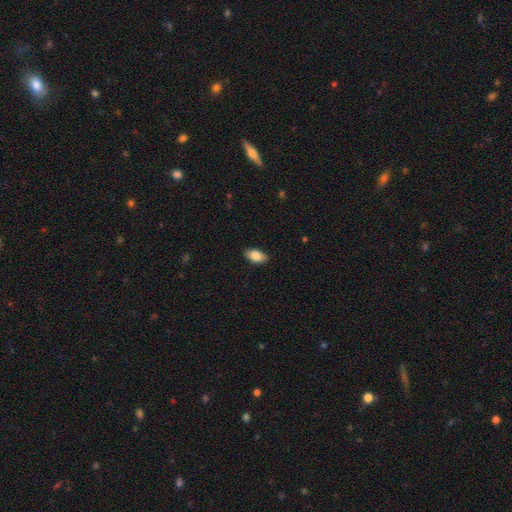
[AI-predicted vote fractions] A smooth galaxy with no disk features (84%) that is in between round and cigar-shaped (93%). Merging: none (88%).